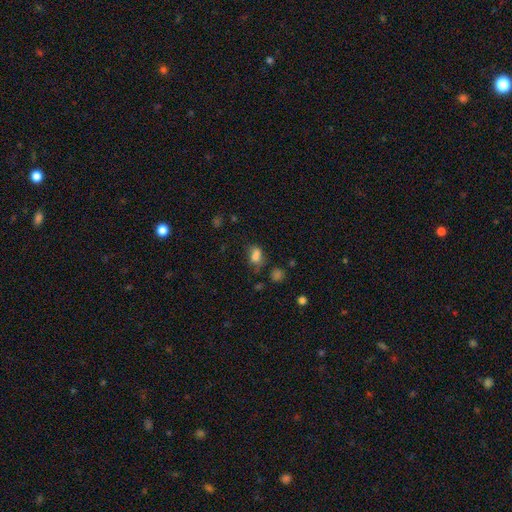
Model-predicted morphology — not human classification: A smooth galaxy with no disk features (72%) that is in between round and cigar-shaped (73%). Merging: none (43%).